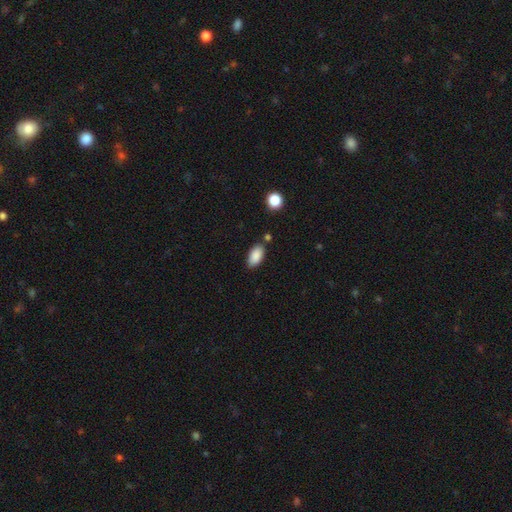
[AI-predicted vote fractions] Smooth or featured?
  - smooth: 88% *
  - star or artifact: 7%
  - featured or disk: 4%
How rounded?
  - in between: 93% *
  - cigar-shaped: 4%
  - round: 3%
Merging?
  - none: 78% *
  - minor disturbance: 14%
  - merger: 6%
  - major disturbance: 3%